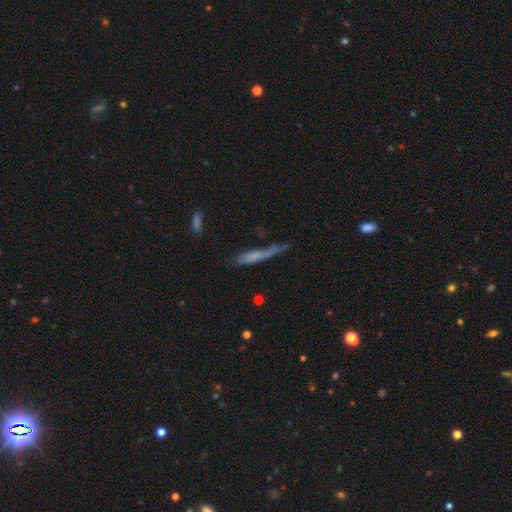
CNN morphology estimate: A smooth galaxy with no disk features (58%) that is cigar-shaped (92%). Merging: none (46%).